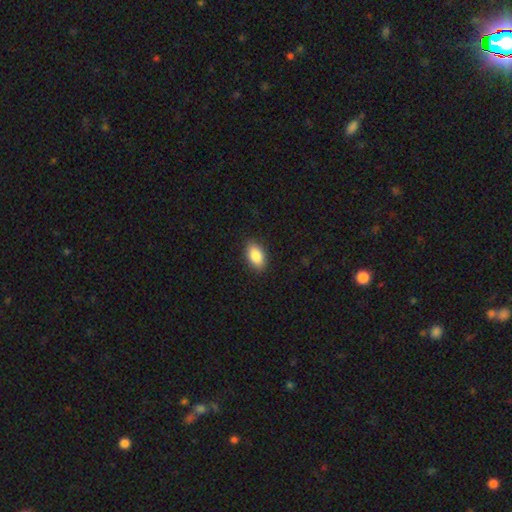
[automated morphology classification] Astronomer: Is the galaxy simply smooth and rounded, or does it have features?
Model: smooth — 87%.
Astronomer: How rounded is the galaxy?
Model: in between — 92%.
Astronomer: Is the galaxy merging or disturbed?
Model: none — 88%.